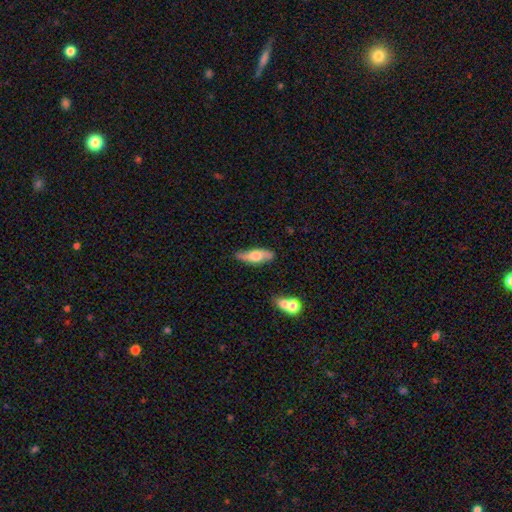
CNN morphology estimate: Overall: featured or disk (48%; smooth 46%). Merging: none (78%).